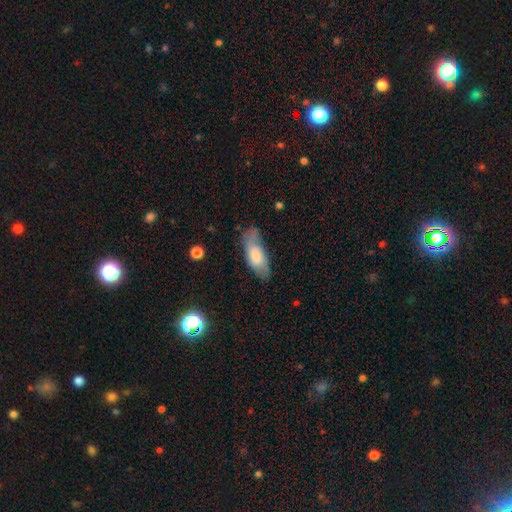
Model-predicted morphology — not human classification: Smooth or featured? Predicted: smooth (p=0.66). How rounded? Predicted: in between (p=0.79). Merging? Predicted: none (p=0.61).